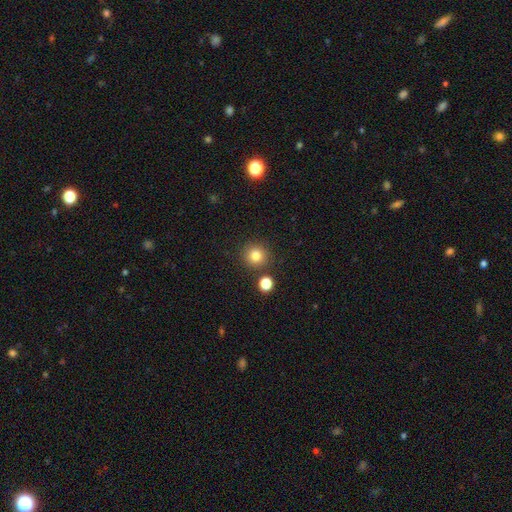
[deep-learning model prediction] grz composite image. It shows a smooth galaxy with no disk features (81%) that is round (93%). Merging: none (86%).